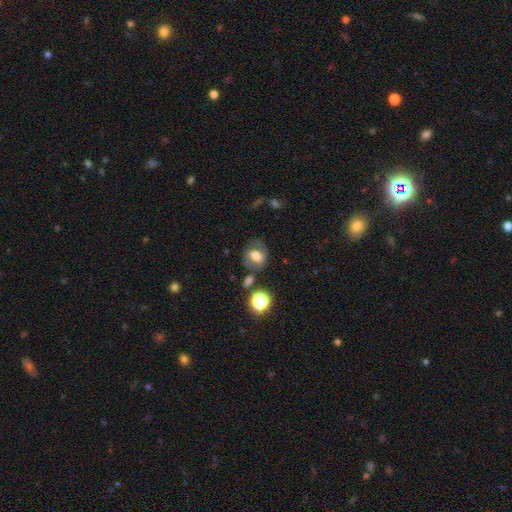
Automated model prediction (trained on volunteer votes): Smooth or featured: smooth — 57% (featured or disk — 31%)
How rounded: round — 56% (in between — 43%)
Merging: none — 64% (minor disturbance — 19%)